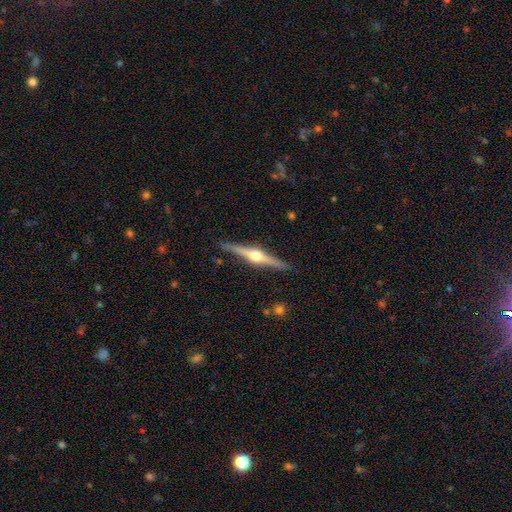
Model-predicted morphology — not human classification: featured or disk 82%, smooth 13%, star or artifact 5%. Down the decision tree: edge-on disk — yes (98%); edge-on bulge — rounded (96%); merging — none (90%).